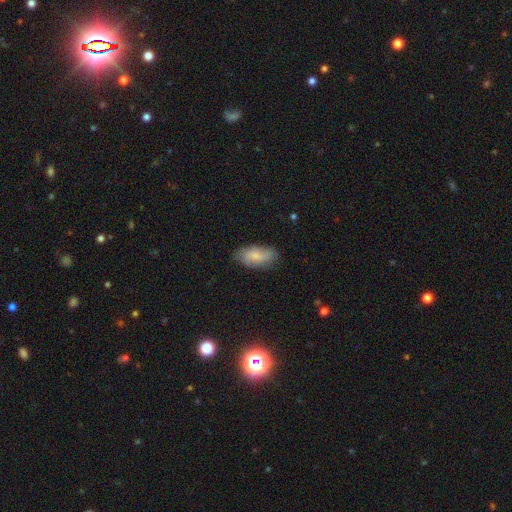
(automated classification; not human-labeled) Smooth or featured? smooth (75%)
How rounded? in between (90%)
Merging? none (77%)